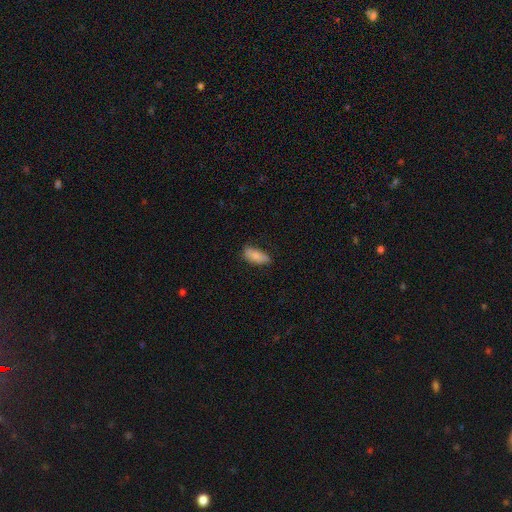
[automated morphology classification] A smooth galaxy with no disk features (83%) that is in between round and cigar-shaped (83%).

Vote fractions:
- Smooth or featured? smooth: 83% / featured or disk: 10% / star or artifact: 7%
- How rounded? in between: 83% / cigar-shaped: 14% / round: 2%
- Merging? none: 72% / minor disturbance: 22% / major disturbance: 4% / merger: 1%